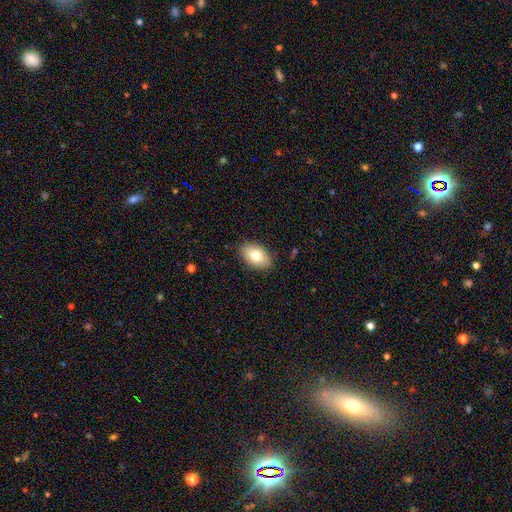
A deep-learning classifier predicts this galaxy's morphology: smooth-or-featured: smooth: 77% | featured or disk: 15% | star or artifact: 7%
  how-rounded: in between: 91% | round: 8% | cigar-shaped: 1%
  merging: none: 87% | minor disturbance: 10% | major disturbance: 2% | merger: 1%